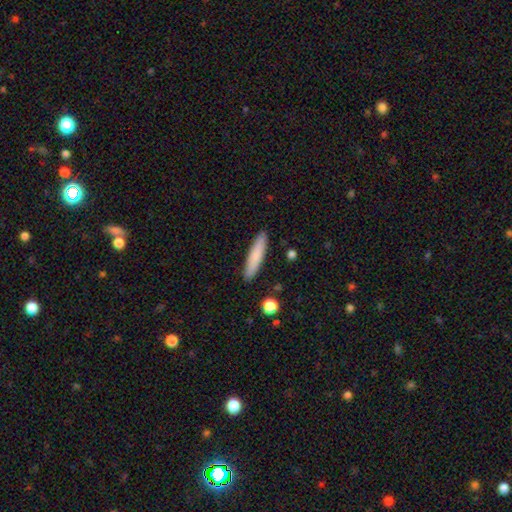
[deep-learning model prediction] Smooth or featured?
  - smooth: 80% *
  - featured or disk: 13%
  - star or artifact: 6%
How rounded?
  - cigar-shaped: 85% *
  - in between: 13%
  - round: 1%
Merging?
  - none: 89% *
  - minor disturbance: 8%
  - merger: 2%
  - major disturbance: 2%